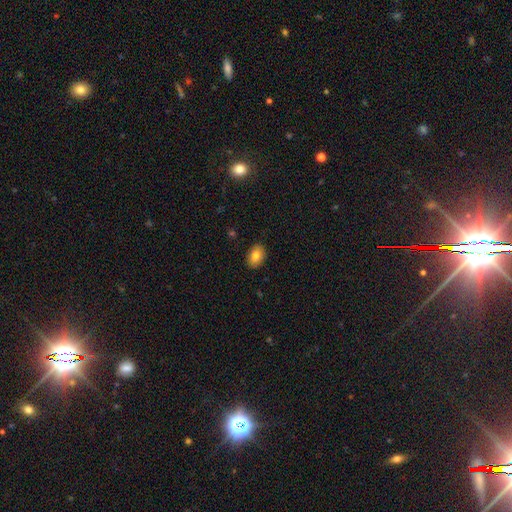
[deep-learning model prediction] This appears to be a smooth galaxy with no disk features (82%) that is in between round and cigar-shaped (82%). Merging: none (89%).